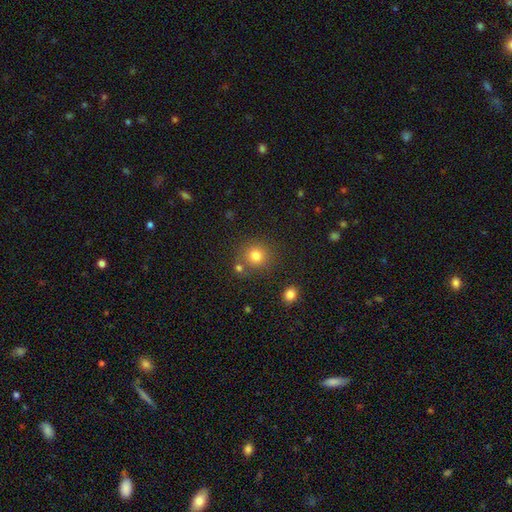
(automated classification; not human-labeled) Overall: smooth (81%). How rounded: round (88%). Merging: none (76%).